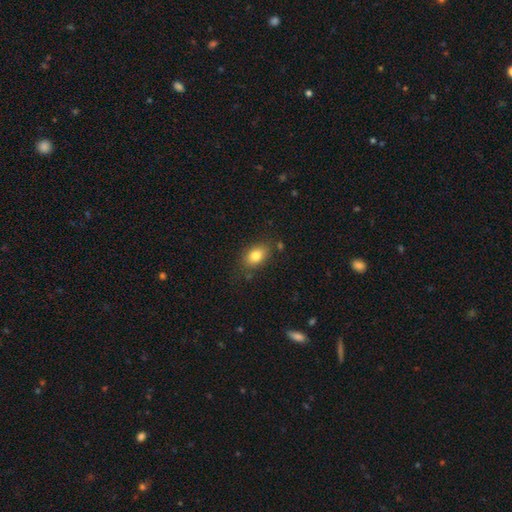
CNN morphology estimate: A smooth galaxy with no disk features (82%) that is in between round and cigar-shaped (83%).

Vote fractions:
- Smooth or featured? smooth: 82% / featured or disk: 10% / star or artifact: 9%
- How rounded? in between: 83% / round: 15% / cigar-shaped: 2%
- Merging? none: 80% / minor disturbance: 14% / major disturbance: 4% / merger: 3%